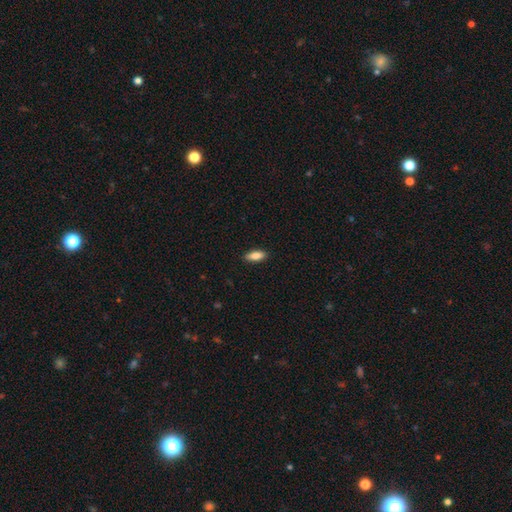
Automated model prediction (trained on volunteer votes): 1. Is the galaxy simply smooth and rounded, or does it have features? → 84% smooth, 9% featured or disk, 7% star or artifact.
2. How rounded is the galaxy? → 77% in between, 21% cigar-shaped, 2% round.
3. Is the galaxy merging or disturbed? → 89% none, 8% minor disturbance, 2% major disturbance, 1% merger.